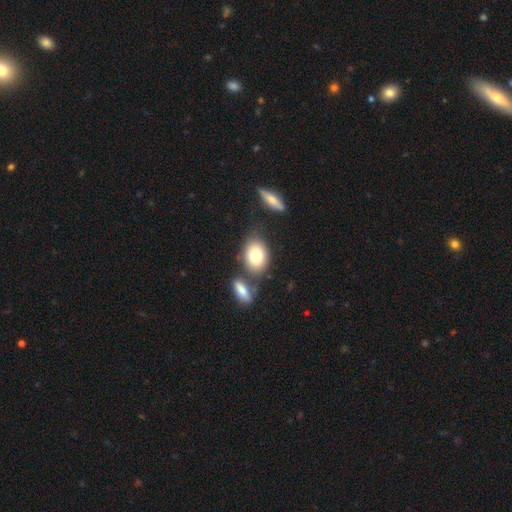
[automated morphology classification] This is likely a smooth galaxy (78%). How rounded: likely in between (71%). Merging: likely none (61%).